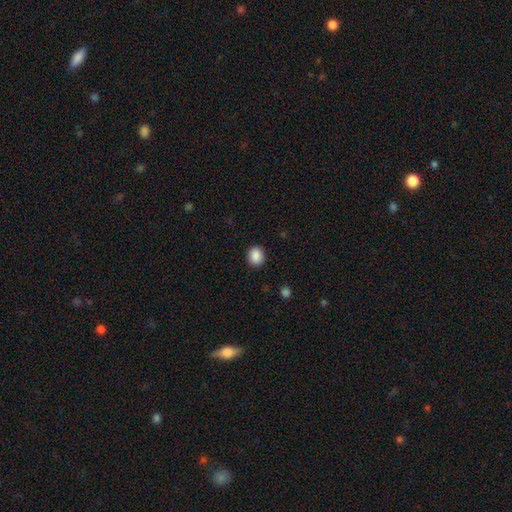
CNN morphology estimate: This appears to be a smooth galaxy with no disk features (88%) that is round (72%). Merging: none (90%).